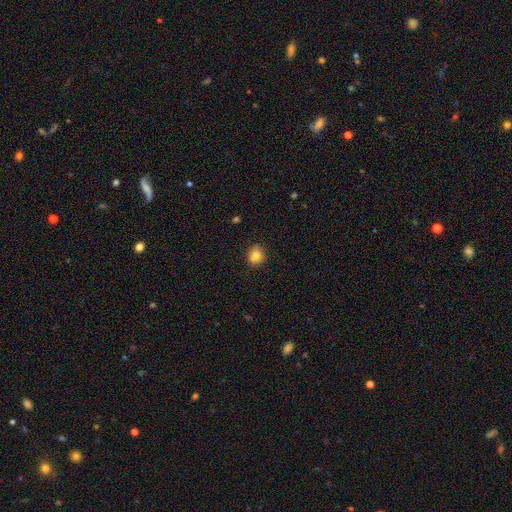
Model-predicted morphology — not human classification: Smooth or featured?
  - smooth: 81% *
  - star or artifact: 10%
  - featured or disk: 9%
How rounded?
  - round: 77% *
  - in between: 22%
  - cigar-shaped: 1%
Merging?
  - none: 81% *
  - minor disturbance: 15%
  - major disturbance: 3%
  - merger: 1%